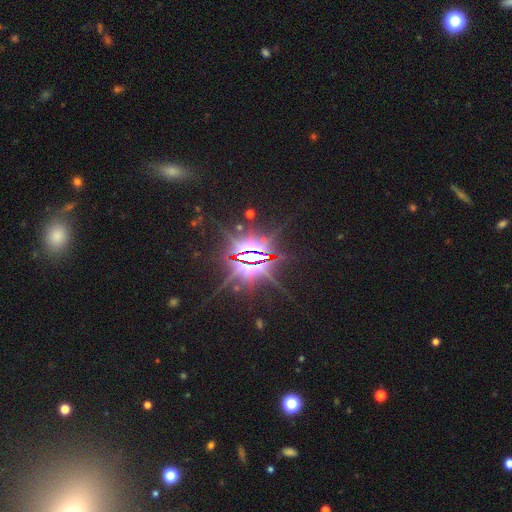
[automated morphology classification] star or artifact 83%, featured or disk 12%, smooth 6%.